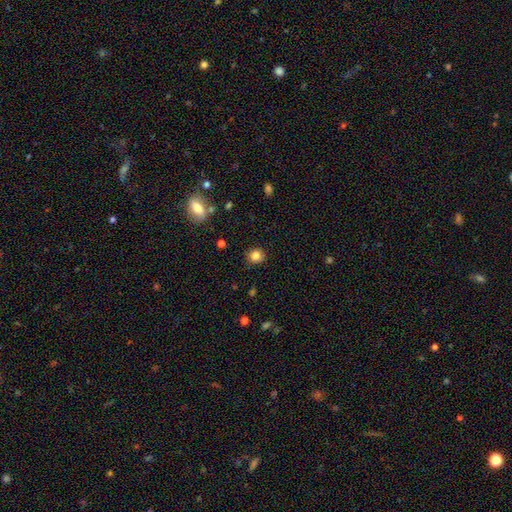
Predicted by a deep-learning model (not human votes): Morphology: type=smooth (83%); roundness=round (83%); merging=none (89%).